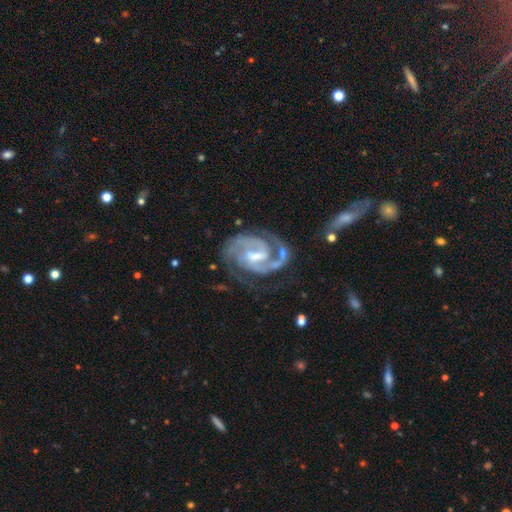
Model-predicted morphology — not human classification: A featured or disk galaxy (92%) with a weak bar (53%), 2 (81%) tight (48%) spiral arms (98%) and a moderate central bulge (43%). Merging: none (66%).